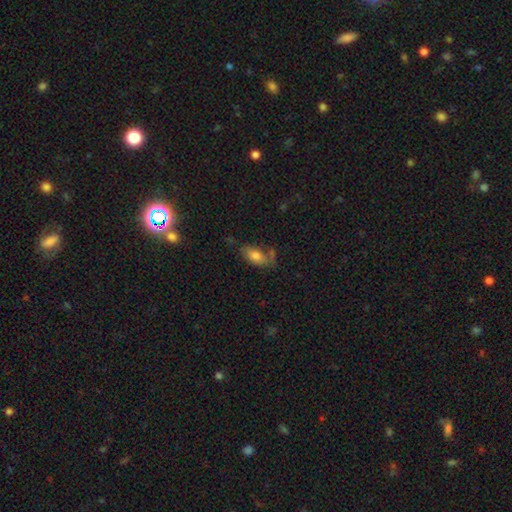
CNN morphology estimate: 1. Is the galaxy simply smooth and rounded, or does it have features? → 76% smooth, 16% featured or disk, 8% star or artifact.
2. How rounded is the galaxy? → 90% in between, 5% cigar-shaped, 4% round.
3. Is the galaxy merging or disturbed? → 55% none, 24% minor disturbance, 12% merger, 10% major disturbance.